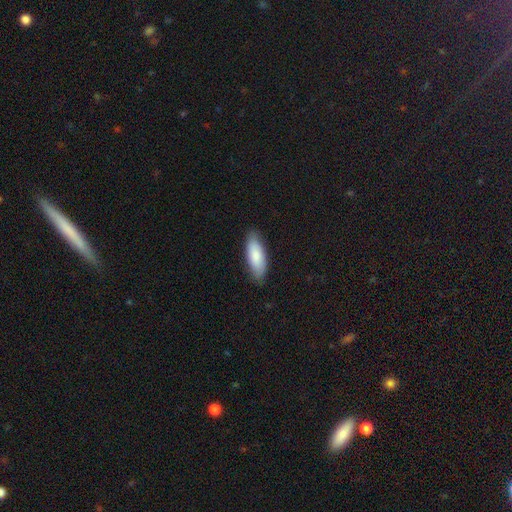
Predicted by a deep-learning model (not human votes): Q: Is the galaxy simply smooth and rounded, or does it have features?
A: smooth — 82%.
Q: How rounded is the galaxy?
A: in between — 75%.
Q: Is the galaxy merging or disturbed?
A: none — 83%.